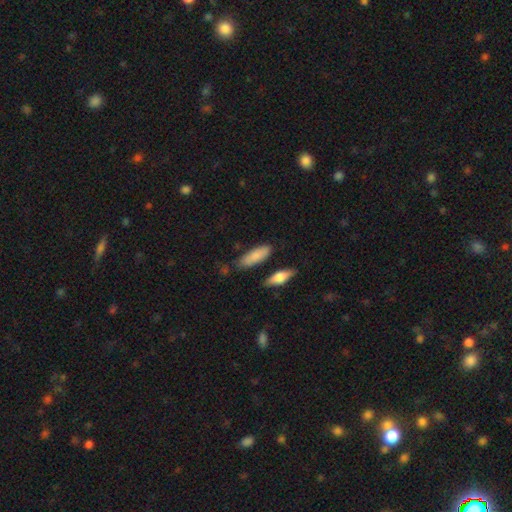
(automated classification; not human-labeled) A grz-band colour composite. It shows a smooth galaxy with no disk features (83%) that is in between round and cigar-shaped (62%). Merging: none (75%).